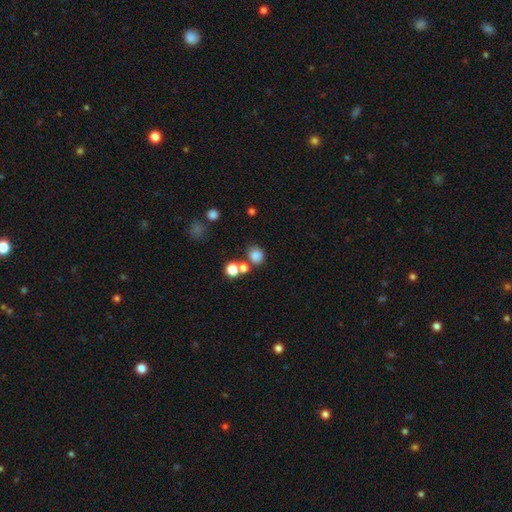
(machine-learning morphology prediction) This is likely a smooth galaxy (78%). How rounded: likely round (68%). Merging: possibly none (56%).